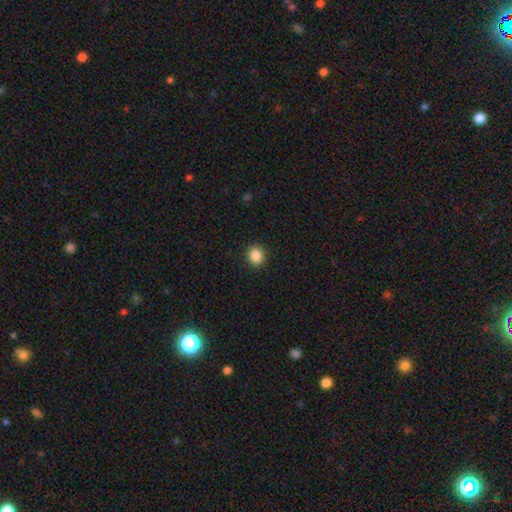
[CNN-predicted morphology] A smooth galaxy with no disk features (88%) that is round (73%). Merging: none (91%).